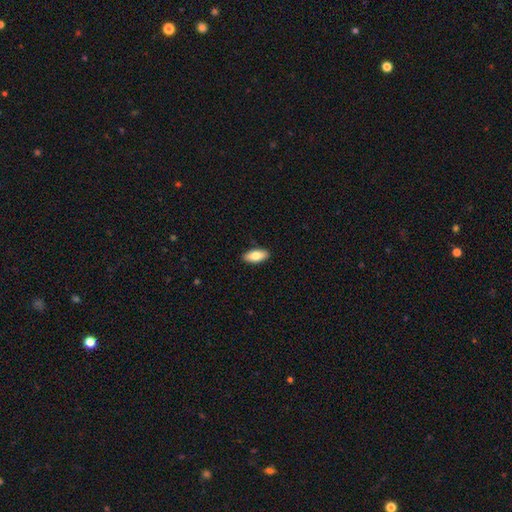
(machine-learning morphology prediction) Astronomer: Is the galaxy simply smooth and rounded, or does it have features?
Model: smooth — 80%.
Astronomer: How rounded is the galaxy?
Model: in between — 88%.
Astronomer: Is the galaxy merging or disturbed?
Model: none — 90%.